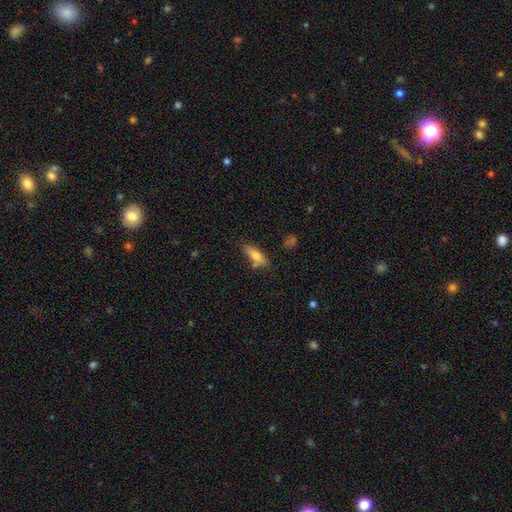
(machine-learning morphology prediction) type=smooth (75%); roundness=in between (65%); merging=none (64%).